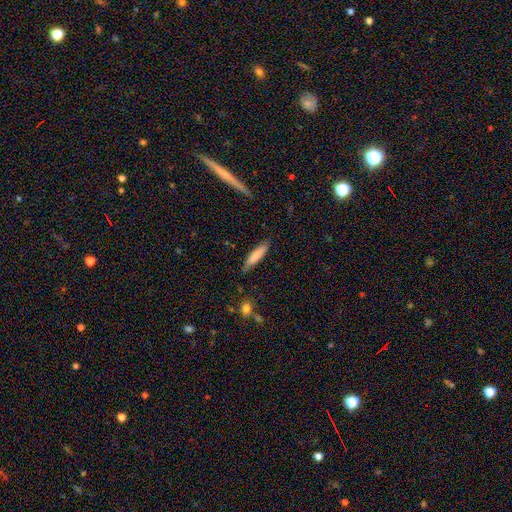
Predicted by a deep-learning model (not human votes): Morphology: type=smooth (80%); roundness=cigar-shaped (76%); merging=none (82%).